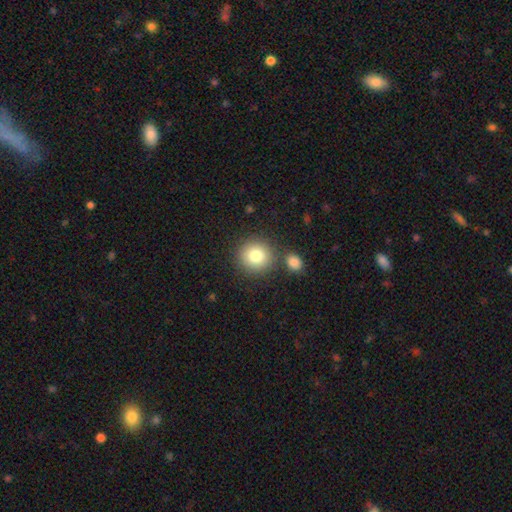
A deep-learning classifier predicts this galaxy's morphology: type=smooth (81%); roundness=round (91%); merging=none (77%).